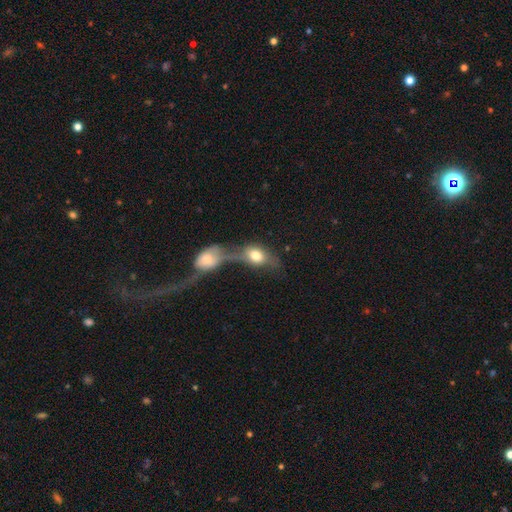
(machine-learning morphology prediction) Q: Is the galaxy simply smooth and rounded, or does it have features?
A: smooth — 68%.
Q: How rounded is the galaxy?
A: in between — 79%.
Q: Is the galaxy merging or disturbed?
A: merger — 73%.